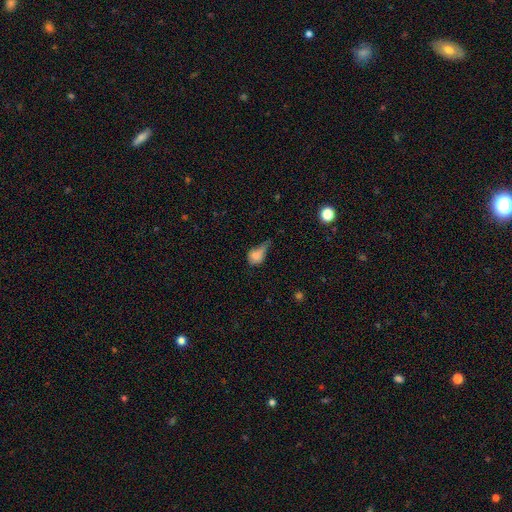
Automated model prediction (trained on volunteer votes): Smooth or featured? Predicted: smooth (p=0.71). How rounded? Predicted: in between (p=0.58). Merging? Predicted: minor disturbance (p=0.38).